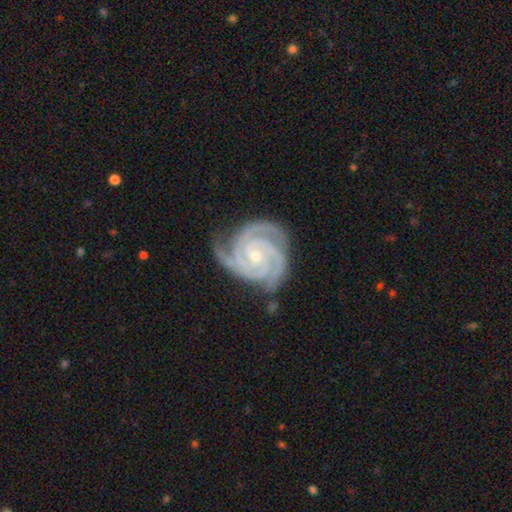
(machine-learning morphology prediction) smooth_or_featured: featured or disk (p=0.94) [alt: star or artifact p=0.04]
disk_edge_on: no (p=0.98) [alt: yes p=0.02]
bar: no (p=0.68) [alt: weak p=0.23]
has_spiral_arms: yes (p=0.99) [alt: no p=0.01]
spiral_winding: tight (p=0.80) [alt: medium p=0.18]
spiral_arm_count: 3 (p=0.59) [alt: 4 p=0.24]
bulge_size: small (p=0.66) [alt: moderate p=0.32]
merging: none (p=0.76) [alt: minor disturbance p=0.18]